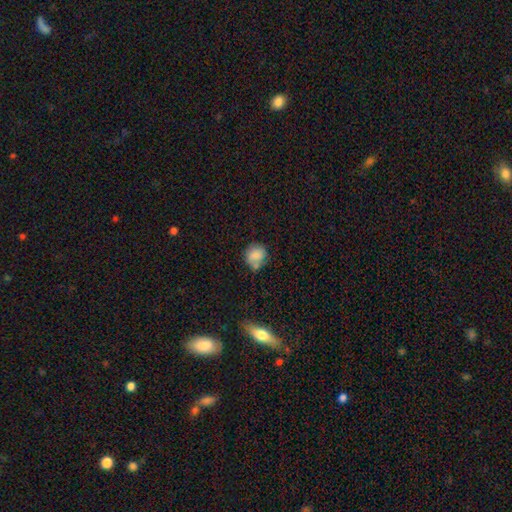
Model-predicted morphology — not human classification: Overall: smooth (80%). How rounded: round (79%). Merging: none (54%; minor disturbance 24%).